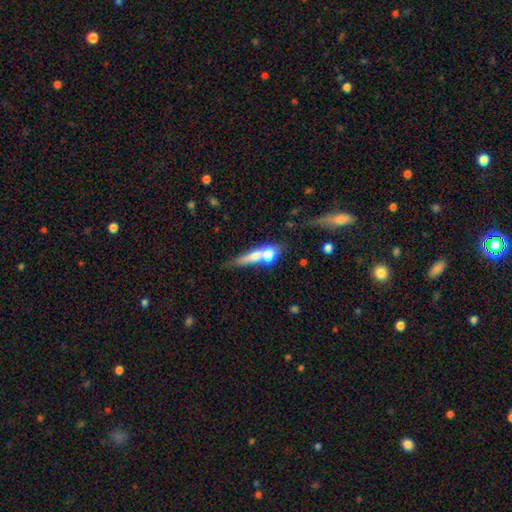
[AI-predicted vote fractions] Q: Smooth or featured?
A: smooth (55%); runner-up: featured or disk (33%)
Q: How rounded?
A: cigar-shaped (55%); runner-up: in between (24%)
Q: Merging?
A: none (39%); tied with: merger (39%)